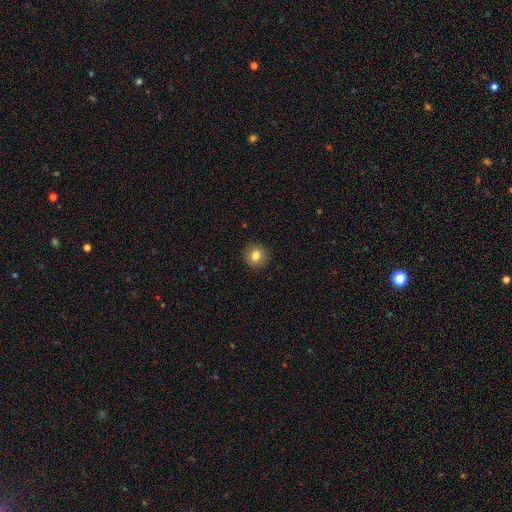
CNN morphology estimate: A smooth galaxy with no disk features (79%) that is round (89%).

Vote fractions:
- Smooth or featured? smooth: 79% / featured or disk: 11% / star or artifact: 10%
- How rounded? round: 89% / in between: 10% / cigar-shaped: 1%
- Merging? none: 91% / minor disturbance: 6% / major disturbance: 2% / merger: 1%